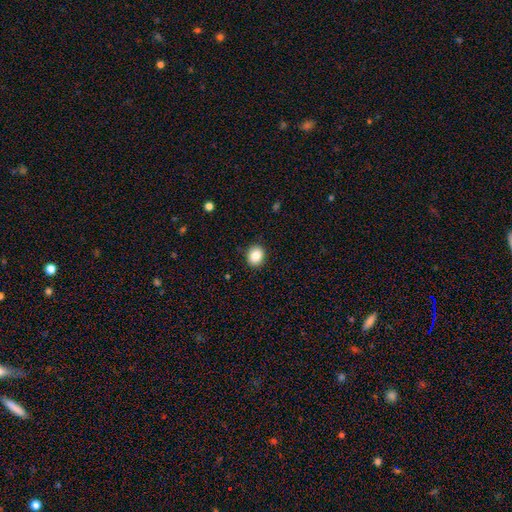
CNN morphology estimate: This appears to be a smooth galaxy with no disk features (85%) that is round (63%). Merging: none (90%).